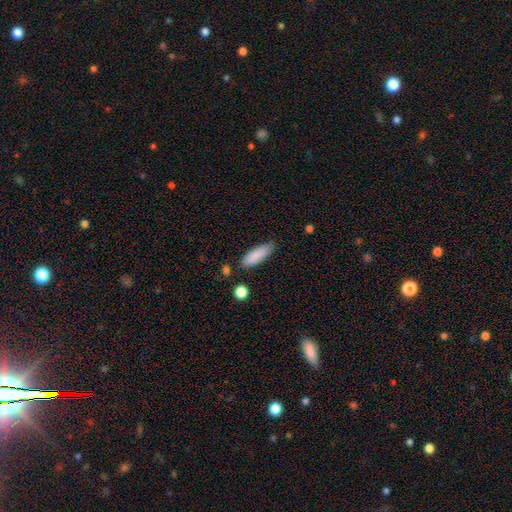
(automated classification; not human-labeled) smooth_or_featured: smooth (p=0.87) [alt: featured or disk p=0.06]
how_rounded: in between (p=0.56) [alt: cigar-shaped p=0.42]
merging: none (p=0.77) [alt: minor disturbance p=0.17]